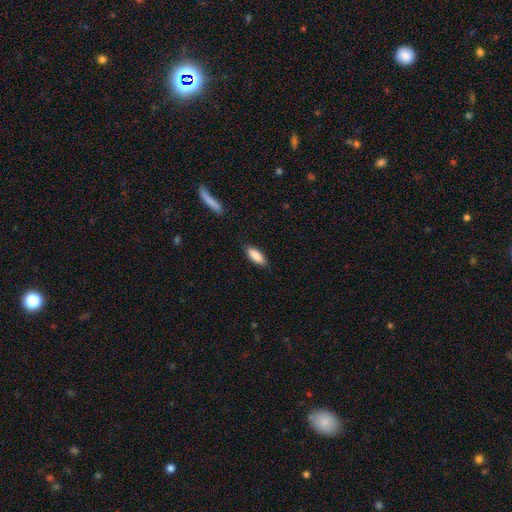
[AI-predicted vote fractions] This appears to be a smooth galaxy with no disk features (87%) that is in between round and cigar-shaped (73%). Merging: none (85%).